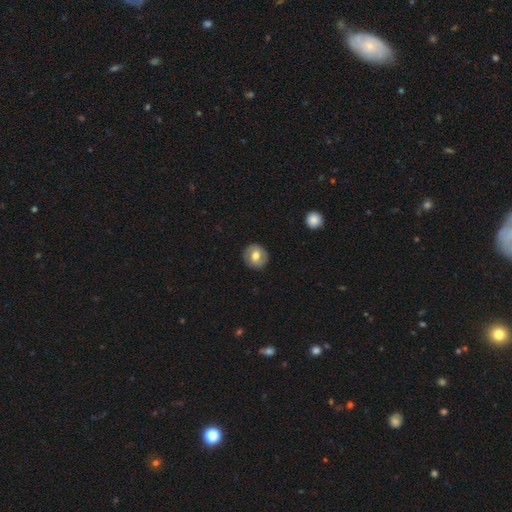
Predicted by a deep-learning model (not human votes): A smooth galaxy with no disk features (57%) that is round (88%).

Vote fractions:
- Smooth or featured? smooth: 57% / featured or disk: 36% / star or artifact: 7%
- How rounded? round: 88% / in between: 11% / cigar-shaped: 1%
- Merging? none: 87% / minor disturbance: 9% / major disturbance: 3% / merger: 1%